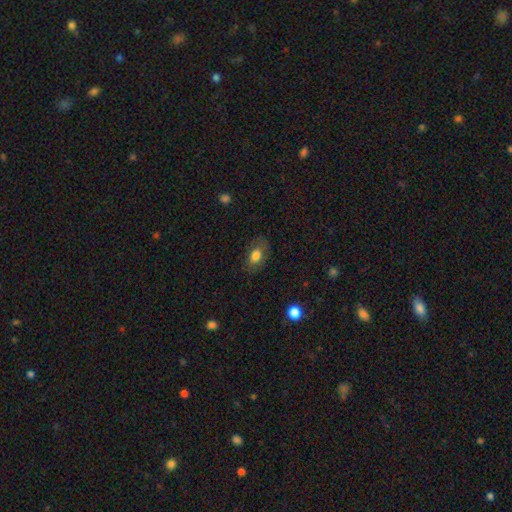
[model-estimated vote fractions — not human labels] A smooth galaxy with no disk features (76%) that is in between round and cigar-shaped (86%). Merging: none (77%).